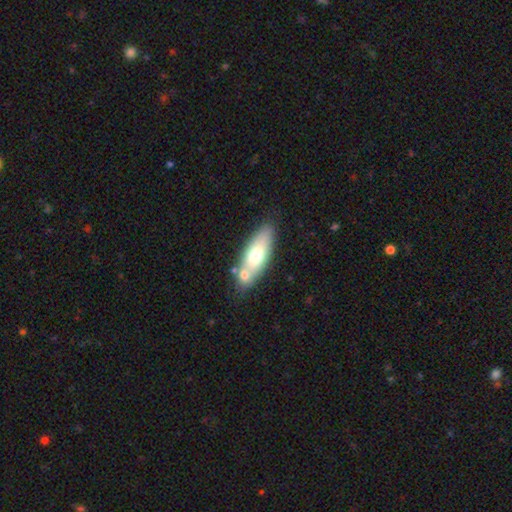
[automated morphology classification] Q: Smooth or featured?
A: smooth (63%); runner-up: featured or disk (31%)
Q: How rounded?
A: in between (62%); runner-up: cigar-shaped (35%)
Q: Merging?
A: none (59%); runner-up: merger (24%)